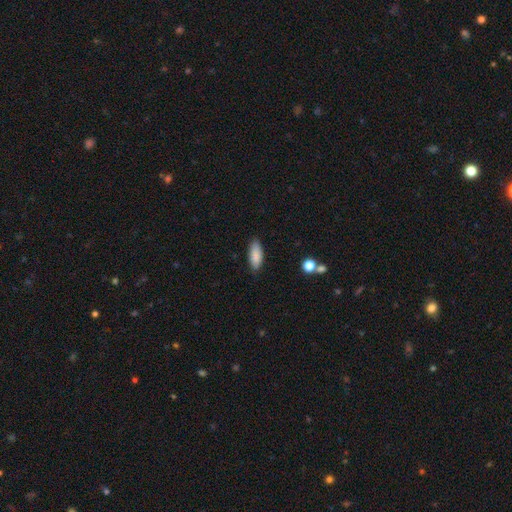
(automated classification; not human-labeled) A smooth galaxy with no disk features (88%) that is in between round and cigar-shaped (77%).

Vote fractions:
- Smooth or featured? smooth: 88% / star or artifact: 7% / featured or disk: 6%
- How rounded? in between: 77% / cigar-shaped: 21% / round: 2%
- Merging? none: 85% / minor disturbance: 12% / major disturbance: 2% / merger: 1%